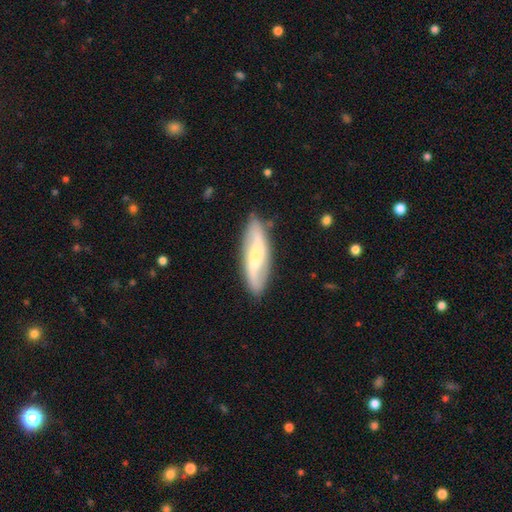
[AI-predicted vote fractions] smooth_or_featured: featured or disk (p=0.57) [alt: smooth p=0.34]
disk_edge_on: no (p=0.66) [alt: yes p=0.34]
merging: none (p=0.83) [alt: minor disturbance p=0.13]